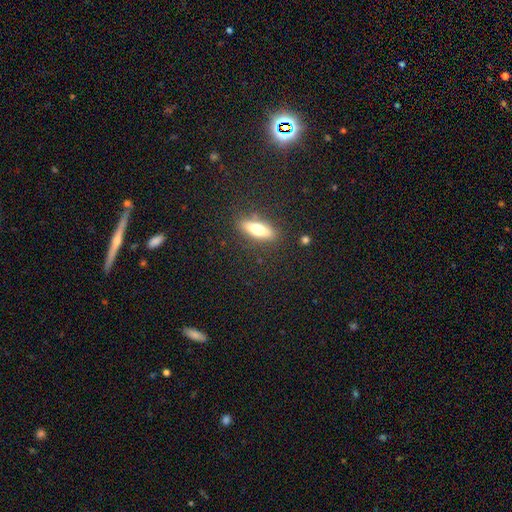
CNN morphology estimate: Overall: smooth (37%; star or artifact 34%). Merging: none (86%).